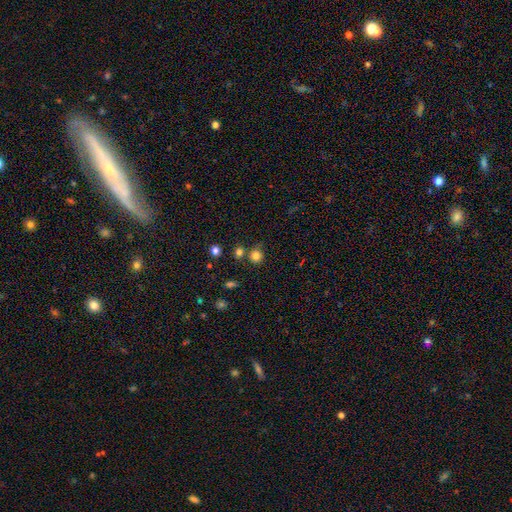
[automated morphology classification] This appears to be a smooth galaxy with no disk features (81%) that is round (87%). Merging: none (71%).